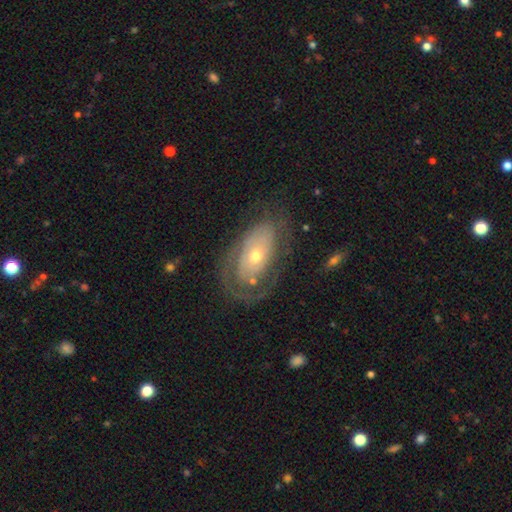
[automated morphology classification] Smooth or featured?
  - featured or disk: 70% *
  - smooth: 24%
  - star or artifact: 6%
Edge-on disk?
  - no: 92% *
  - yes: 8%
Bar?
  - no: 83% *
  - weak: 13%
  - strong: 4%
Spiral arms?
  - yes: 64% *
  - no: 36%
Bulge size?
  - moderate: 57% *
  - small: 37%
  - large: 4%
  - dominant: 1%
  - none: 1%
Merging?
  - none: 57% *
  - minor disturbance: 21%
  - major disturbance: 20%
  - merger: 2%